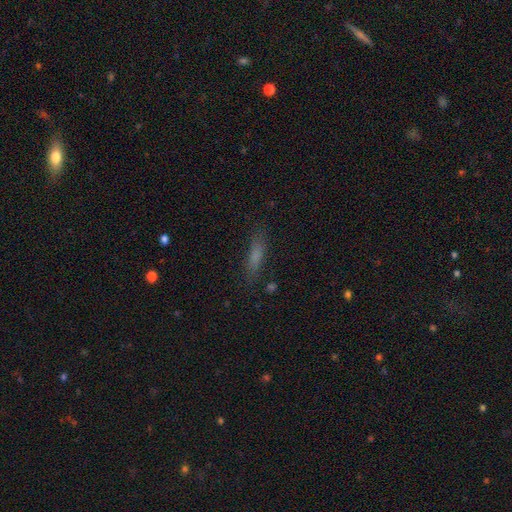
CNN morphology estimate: Overall: smooth (67%). How rounded: cigar-shaped (75%). Merging: none (81%).